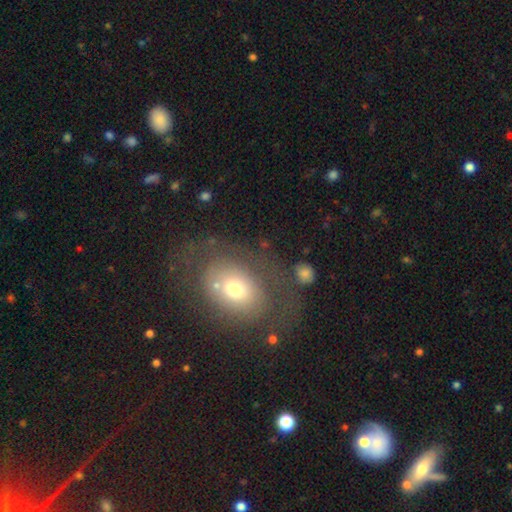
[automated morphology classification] smooth-or-featured: smooth: 49% | featured or disk: 37% | star or artifact: 14%
  merging: none: 66% | minor disturbance: 17% | major disturbance: 13% | merger: 4%